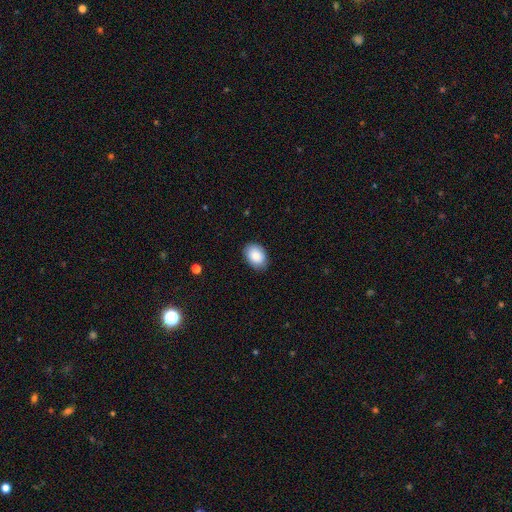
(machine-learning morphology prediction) Overall: smooth (87%). How rounded: in between (81%). Merging: none (86%).